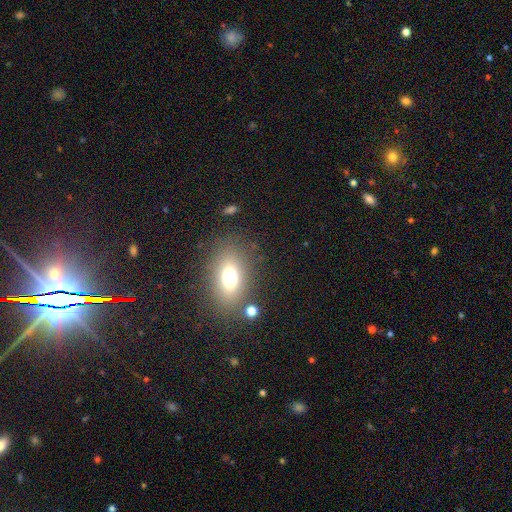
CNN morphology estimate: A smooth galaxy with no disk features (58%) that is in between round and cigar-shaped (82%).

Vote fractions:
- Smooth or featured? smooth: 58% / star or artifact: 26% / featured or disk: 16%
- How rounded? in between: 82% / round: 12% / cigar-shaped: 6%
- Merging? none: 83% / minor disturbance: 10% / major disturbance: 4% / merger: 4%